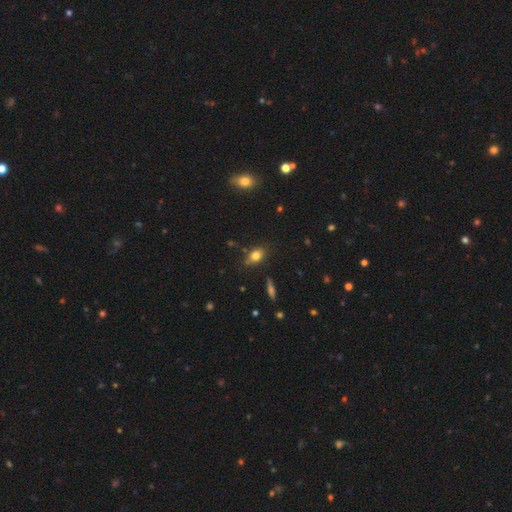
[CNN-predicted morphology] Smooth or featured? Predicted: smooth (p=0.78). How rounded? Predicted: in between (p=0.69). Merging? Predicted: none (p=0.74).